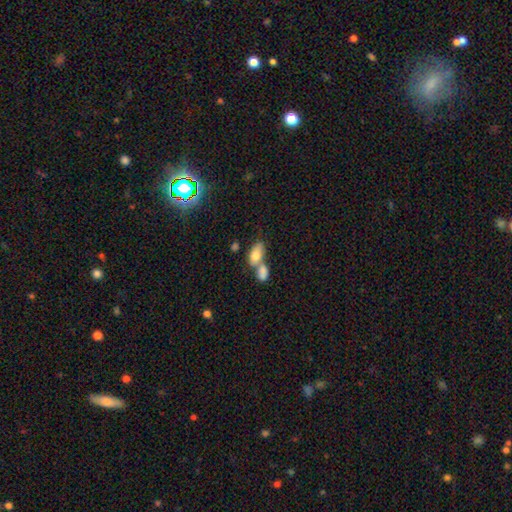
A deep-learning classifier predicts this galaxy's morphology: The model was most divided on "merging": merger: 63%, none: 23%, minor disturbance: 9%, major disturbance: 5%. More confident: how rounded — in between (89%); smooth or featured — smooth (75%).